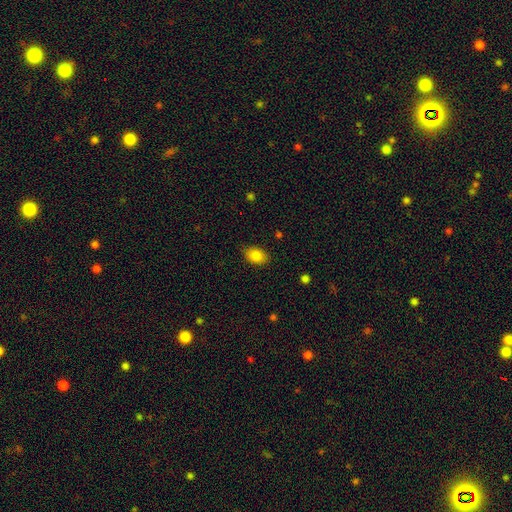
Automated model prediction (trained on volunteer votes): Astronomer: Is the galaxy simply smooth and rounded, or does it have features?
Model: smooth — 84%.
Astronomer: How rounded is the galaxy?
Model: in between — 82%.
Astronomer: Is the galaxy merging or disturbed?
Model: none — 83%.